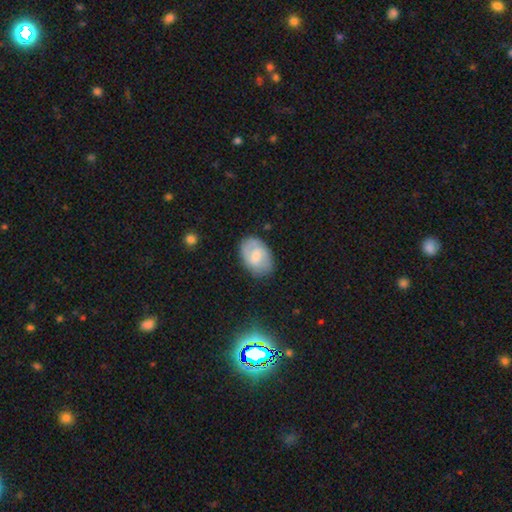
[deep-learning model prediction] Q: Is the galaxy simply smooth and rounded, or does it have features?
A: smooth — 48%.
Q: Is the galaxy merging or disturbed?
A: none — 78%.